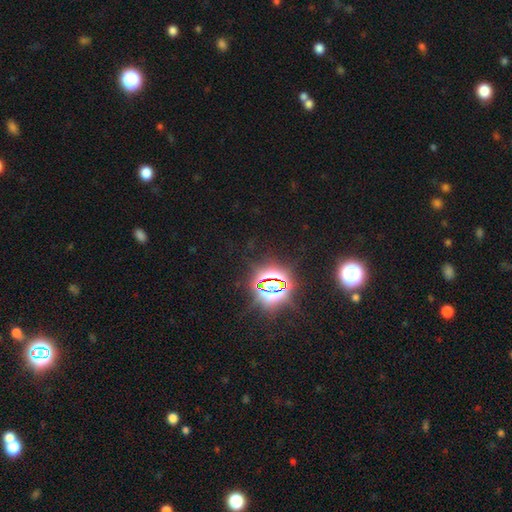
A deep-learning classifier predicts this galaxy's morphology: smooth-or-featured: star or artifact: 81% | smooth: 12% | featured or disk: 7%